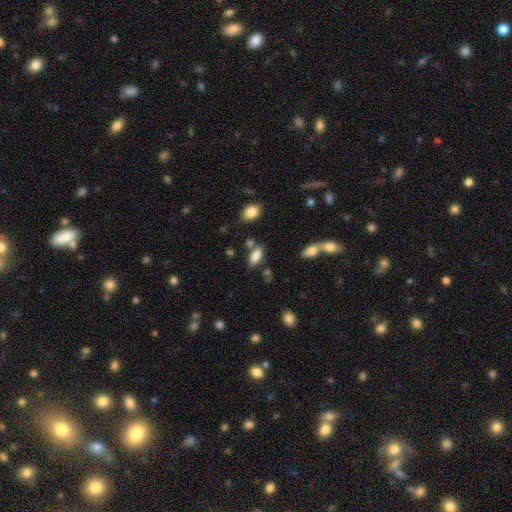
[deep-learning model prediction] Smooth or featured? Predicted: smooth (p=0.84). How rounded? Predicted: in between (p=0.86). Merging? Predicted: none (p=0.68).